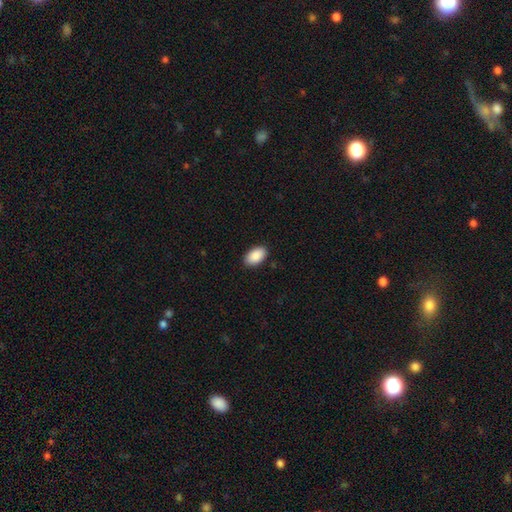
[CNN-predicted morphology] Q: Smooth or featured?
A: smooth (90%); runner-up: star or artifact (6%)
Q: How rounded?
A: in between (95%); runner-up: round (4%)
Q: Merging?
A: none (90%); runner-up: minor disturbance (8%)